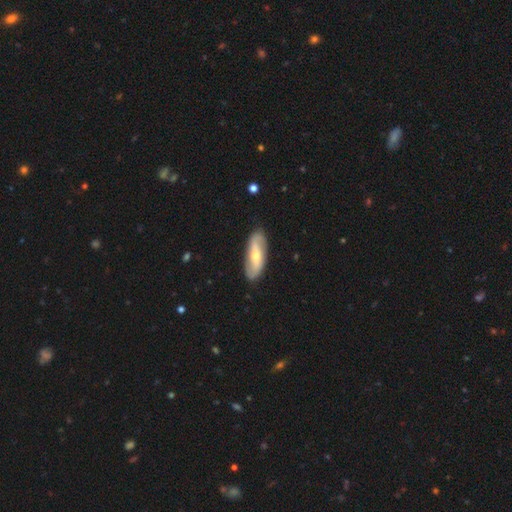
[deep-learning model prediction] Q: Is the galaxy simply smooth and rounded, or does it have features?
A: featured or disk — 62%.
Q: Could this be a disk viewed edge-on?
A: no — 85%.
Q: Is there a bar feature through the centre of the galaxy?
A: weak — 35%.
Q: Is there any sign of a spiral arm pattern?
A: yes — 78%.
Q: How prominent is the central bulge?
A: moderate — 52%.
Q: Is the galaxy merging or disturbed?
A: none — 86%.